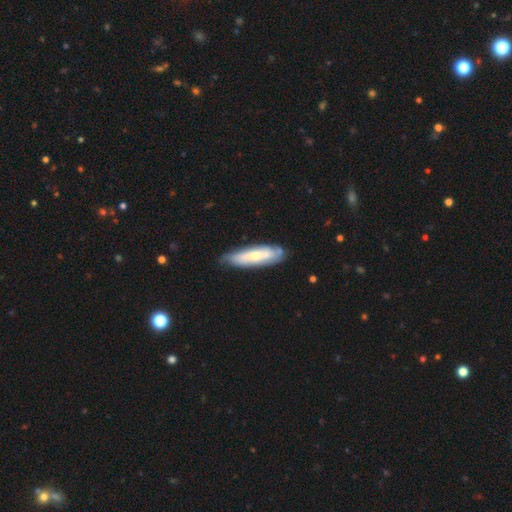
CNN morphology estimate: Smooth or featured? featured or disk (48%)
Merging? none (71%)